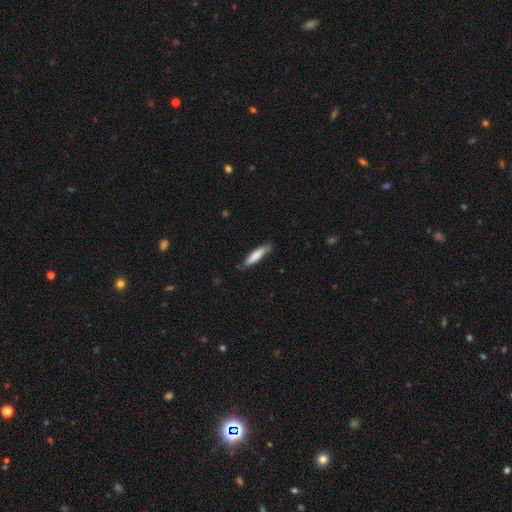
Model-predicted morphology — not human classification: A smooth galaxy with no disk features (78%) that is cigar-shaped (80%). Merging: none (76%).